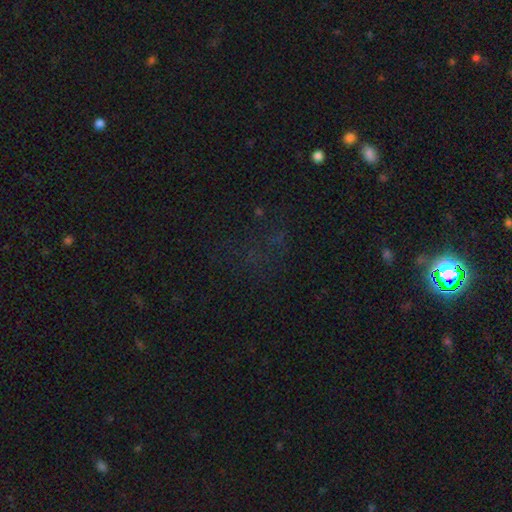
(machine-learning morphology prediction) A star or artifact, not a galaxy (67%).

Vote fractions:
- Smooth or featured? star or artifact: 67% / smooth: 22% / featured or disk: 12%